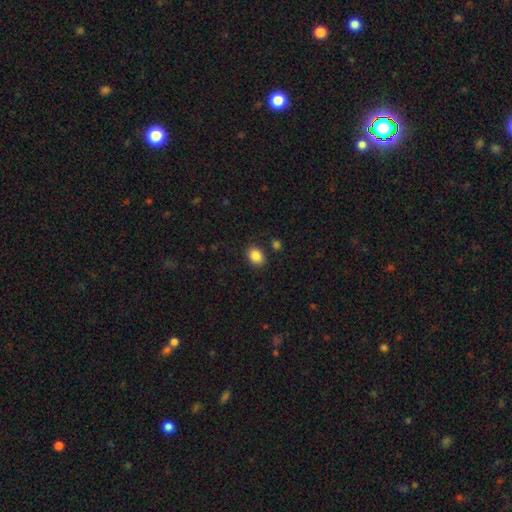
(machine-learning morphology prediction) Q: Smooth or featured?
A: smooth (87%); runner-up: star or artifact (9%)
Q: How rounded?
A: in between (68%); runner-up: round (31%)
Q: Merging?
A: none (85%); runner-up: minor disturbance (10%)